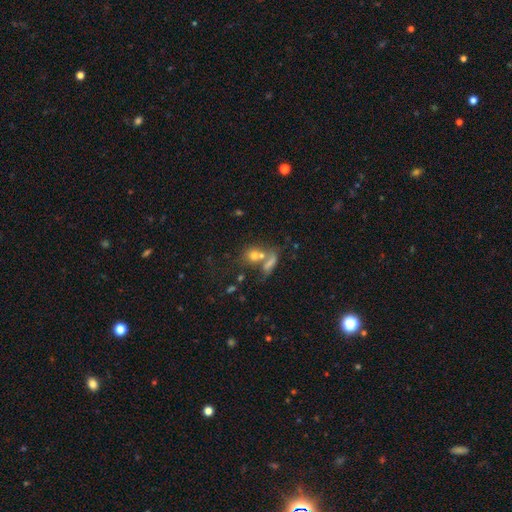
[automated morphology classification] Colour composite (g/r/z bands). It shows a smooth galaxy with no disk features (61%) that is round (49%). Merging: merger (41%, tied with none).